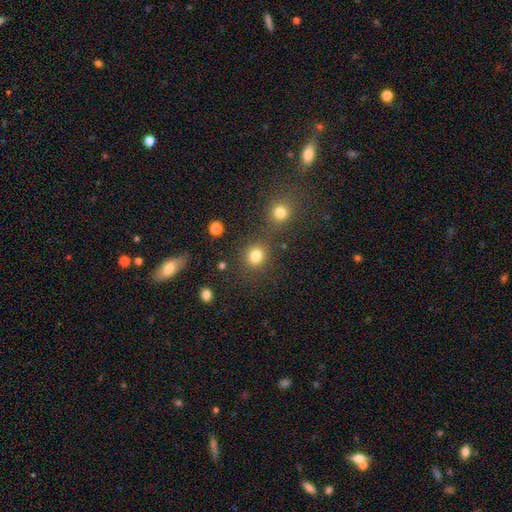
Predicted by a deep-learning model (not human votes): A smooth galaxy with no disk features (81%) that is round (84%).

Vote fractions:
- Smooth or featured? smooth: 81% / star or artifact: 14% / featured or disk: 5%
- How rounded? round: 84% / in between: 15% / cigar-shaped: 1%
- Merging? none: 75% / merger: 13% / minor disturbance: 8% / major disturbance: 4%